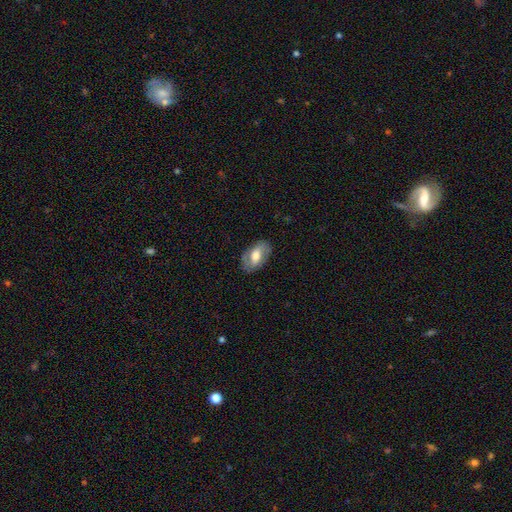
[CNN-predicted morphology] Smooth or featured? Predicted: smooth (p=0.51). How rounded? Predicted: in between (p=0.92). Merging? Predicted: none (p=0.79).